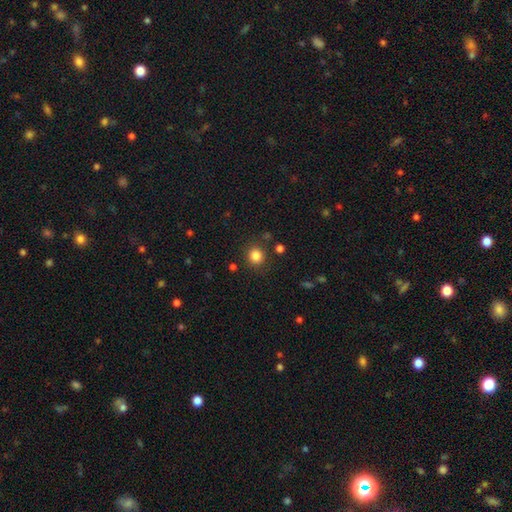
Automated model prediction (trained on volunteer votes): Smooth or featured?
  - smooth: 84% *
  - star or artifact: 12%
  - featured or disk: 4%
How rounded?
  - round: 87% *
  - in between: 12%
  - cigar-shaped: 1%
Merging?
  - none: 85% *
  - minor disturbance: 8%
  - merger: 3%
  - major disturbance: 3%